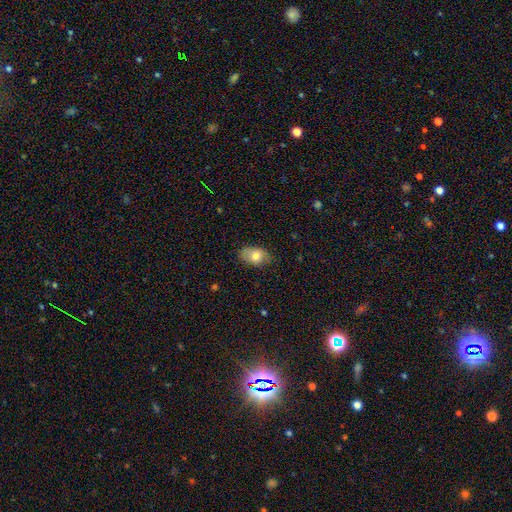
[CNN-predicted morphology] This is likely a smooth galaxy (76%). How rounded: clearly in between (88%). Merging: likely none (71%).